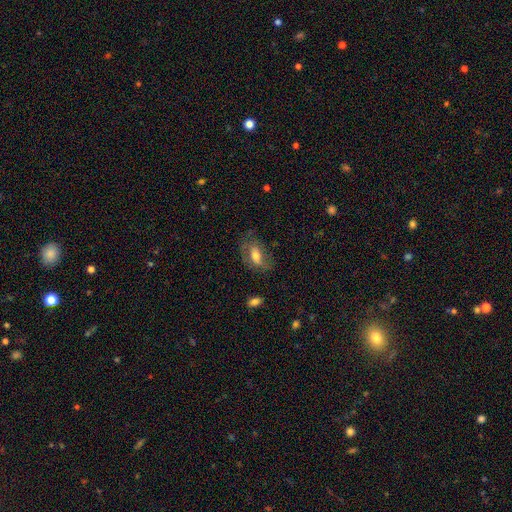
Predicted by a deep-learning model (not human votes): Overall: smooth (53%; featured or disk 39%). How rounded: in between (84%). Merging: none (58%; minor disturbance 24%).